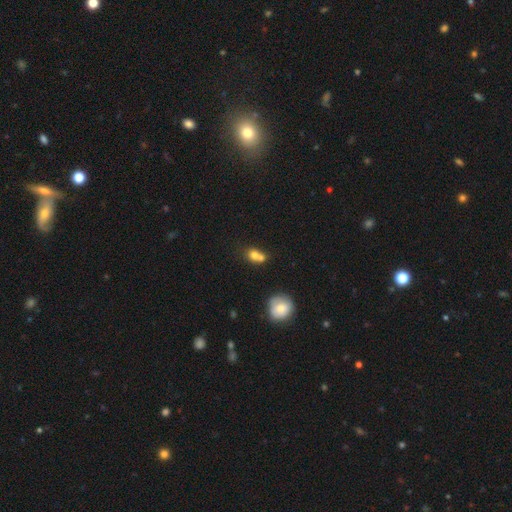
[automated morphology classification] Overall: smooth (74%). How rounded: round (68%; in between 31%). Merging: merger (58%; none 31%).